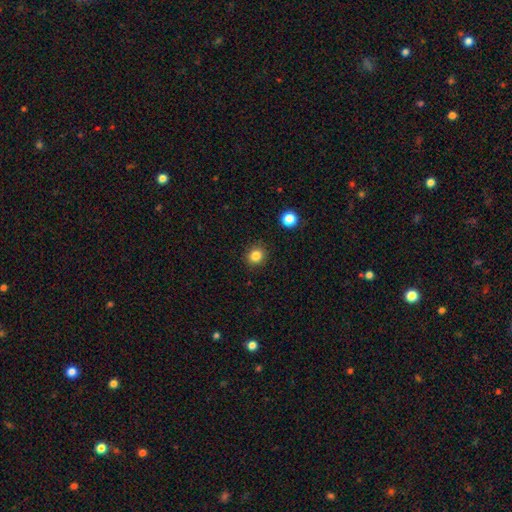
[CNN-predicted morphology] smooth 83%, star or artifact 12%, featured or disk 5%. Down the decision tree: how rounded — round (88%); merging — none (91%).